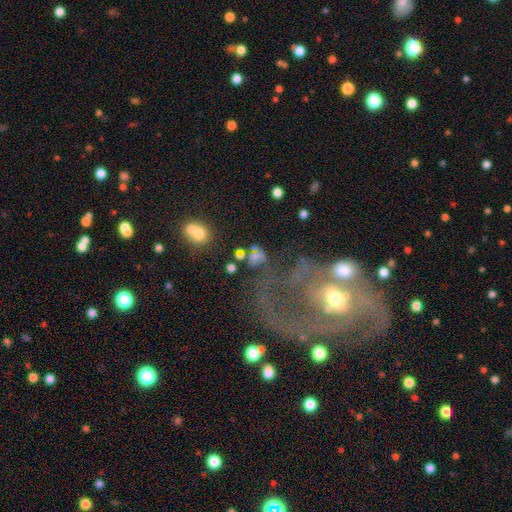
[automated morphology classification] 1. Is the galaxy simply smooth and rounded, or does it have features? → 48% smooth, 27% featured or disk, 25% star or artifact.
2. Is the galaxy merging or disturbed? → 45% none, 20% major disturbance, 18% minor disturbance, 18% merger.